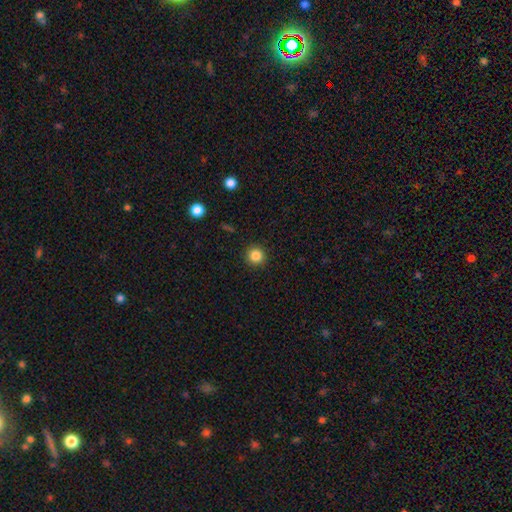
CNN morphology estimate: This appears to be a smooth galaxy with no disk features (85%) that is round (95%). Merging: none (92%).